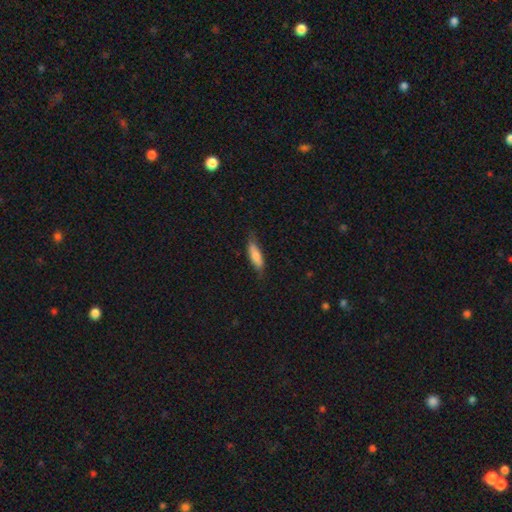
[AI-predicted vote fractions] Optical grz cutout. It shows a smooth galaxy with no disk features (75%) that is cigar-shaped (49%, tied with in between). Merging: none (70%).